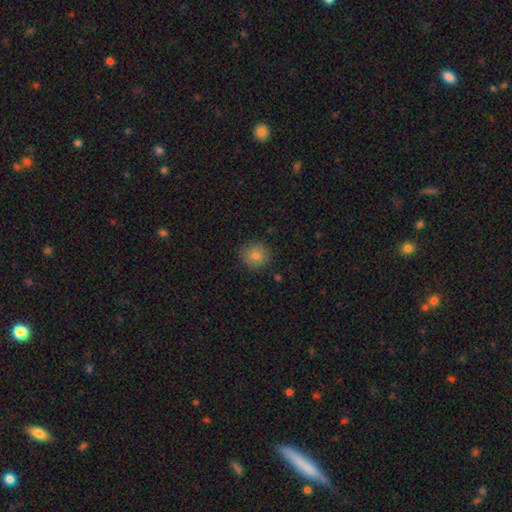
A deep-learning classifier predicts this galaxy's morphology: The model was most divided on "smooth or featured": smooth: 79%, star or artifact: 12%, featured or disk: 9%. More confident: how rounded — round (92%); merging — none (89%).